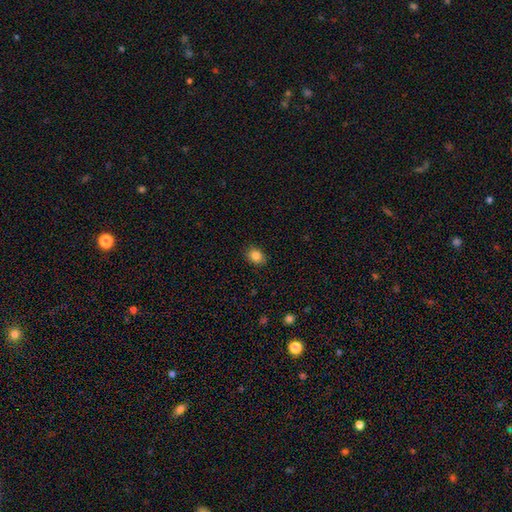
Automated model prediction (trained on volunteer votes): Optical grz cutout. It shows a smooth galaxy with no disk features (84%) that is in between round and cigar-shaped (54%). Merging: none (87%).